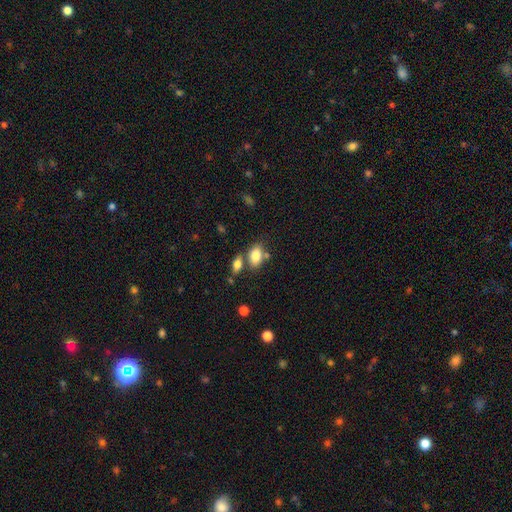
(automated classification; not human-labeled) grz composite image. It shows a smooth galaxy with no disk features (82%) that is in between round and cigar-shaped (85%). Merging: none (56%).